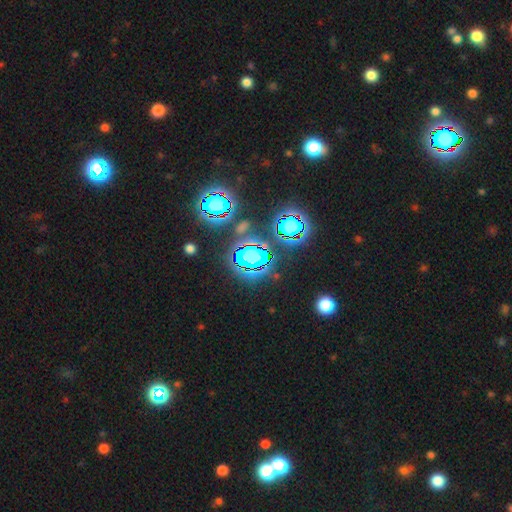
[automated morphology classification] Smooth or featured? Predicted: star or artifact (p=0.80).